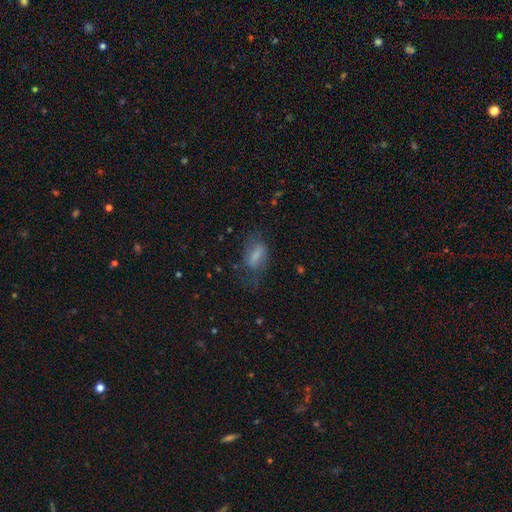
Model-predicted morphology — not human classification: A smooth galaxy with no disk features (65%) that is in between round and cigar-shaped (77%).

Vote fractions:
- Smooth or featured? smooth: 65% / featured or disk: 25% / star or artifact: 11%
- How rounded? in between: 77% / cigar-shaped: 17% / round: 6%
- Merging? none: 51% / minor disturbance: 25% / major disturbance: 22% / merger: 2%